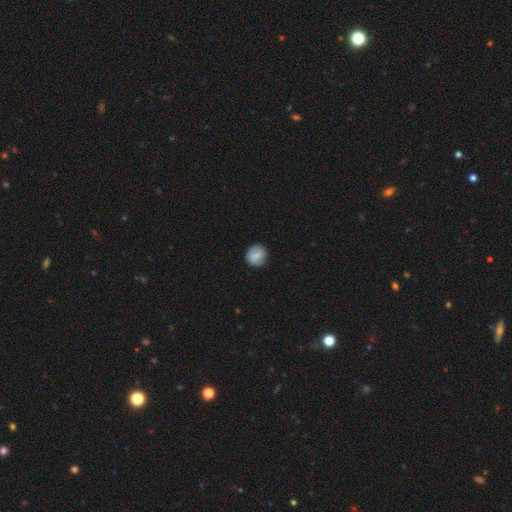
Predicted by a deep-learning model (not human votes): A smooth galaxy with no disk features (64%) that is round (88%).

Vote fractions:
- Smooth or featured? smooth: 64% / featured or disk: 28% / star or artifact: 8%
- How rounded? round: 88% / in between: 11% / cigar-shaped: 1%
- Merging? none: 81% / minor disturbance: 14% / major disturbance: 4% / merger: 1%